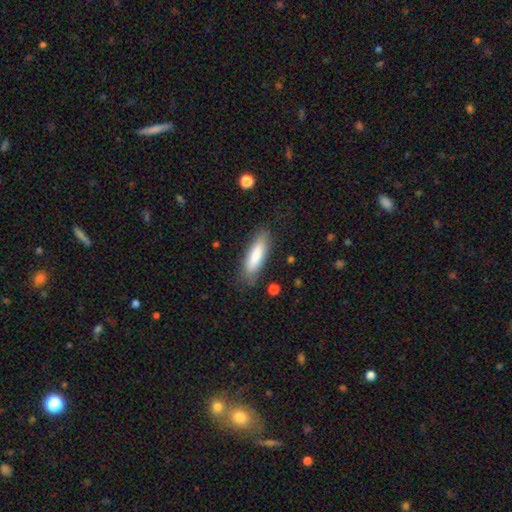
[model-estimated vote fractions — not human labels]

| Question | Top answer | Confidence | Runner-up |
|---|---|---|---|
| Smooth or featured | smooth | 80% | featured or disk (15%) |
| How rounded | cigar-shaped | 56% | in between (43%) |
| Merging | none | 80% | minor disturbance (14%) |